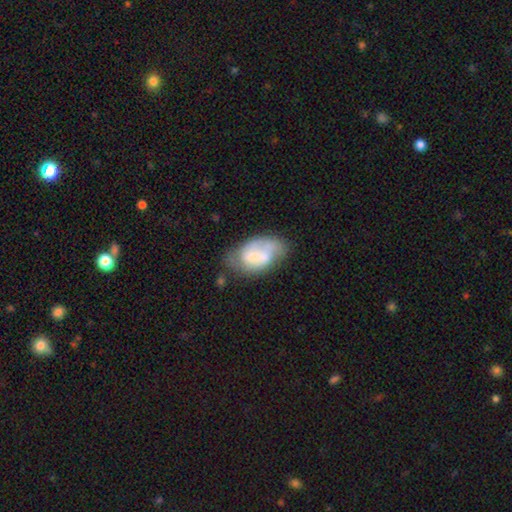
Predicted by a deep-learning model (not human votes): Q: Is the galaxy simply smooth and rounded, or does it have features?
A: smooth — 46%, tied with featured or disk.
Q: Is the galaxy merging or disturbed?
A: none — 40%.